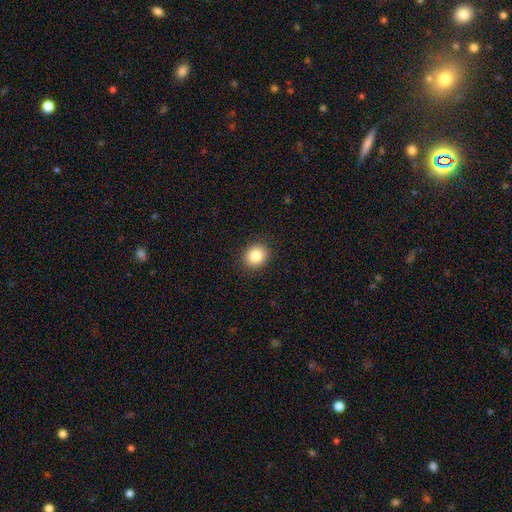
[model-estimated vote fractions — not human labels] The model was most divided on "how rounded": round: 69%, in between: 30%, cigar-shaped: 1%. More confident: merging — none (90%); smooth or featured — smooth (86%).